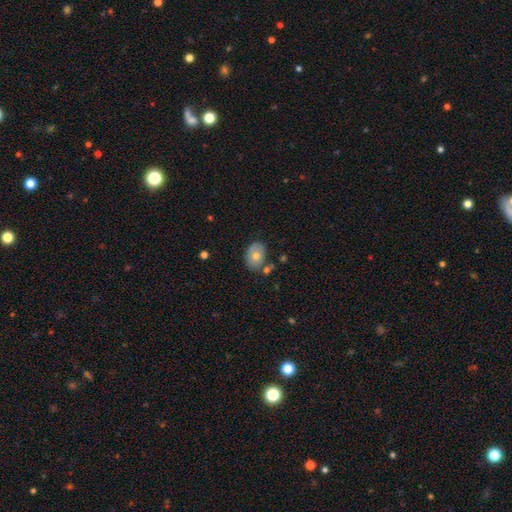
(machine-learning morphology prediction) The model was most divided on "smooth or featured": smooth: 68%, featured or disk: 23%, star or artifact: 9%. More confident: how rounded — in between (72%); merging — none (71%).